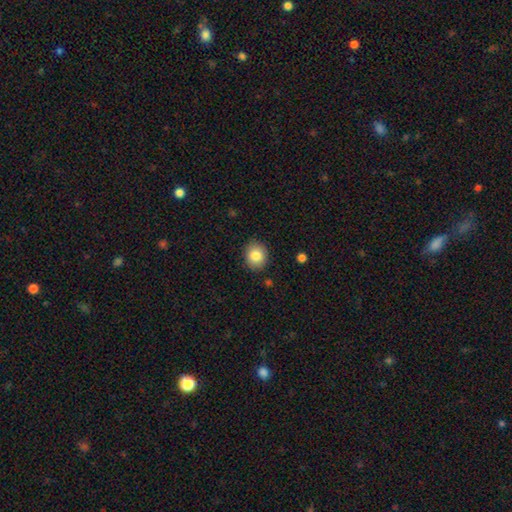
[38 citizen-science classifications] Morphology: type=smooth (89%); roundness=round (62%); merging=none (92%).